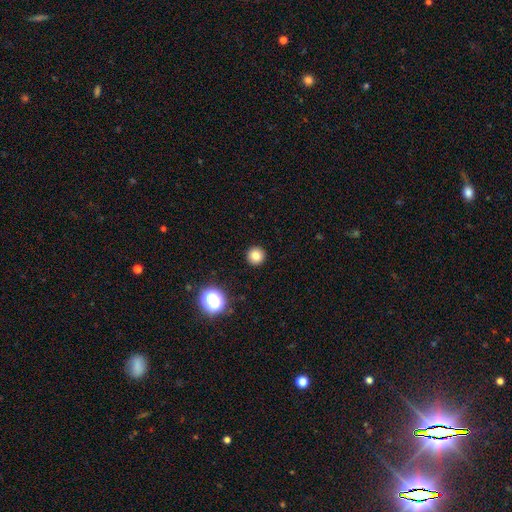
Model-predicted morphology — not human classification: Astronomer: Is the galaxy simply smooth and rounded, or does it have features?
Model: smooth — 81%.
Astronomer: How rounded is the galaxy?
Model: round — 95%.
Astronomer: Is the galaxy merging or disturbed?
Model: none — 93%.